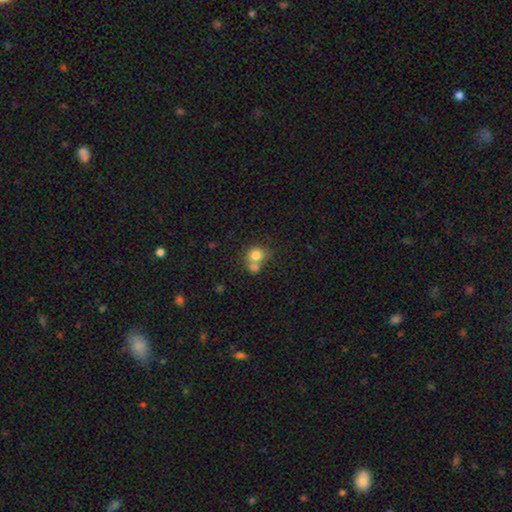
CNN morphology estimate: Smooth or featured? Predicted: smooth (p=0.79). How rounded? Predicted: round (p=0.76). Merging? Predicted: merger (p=0.47).